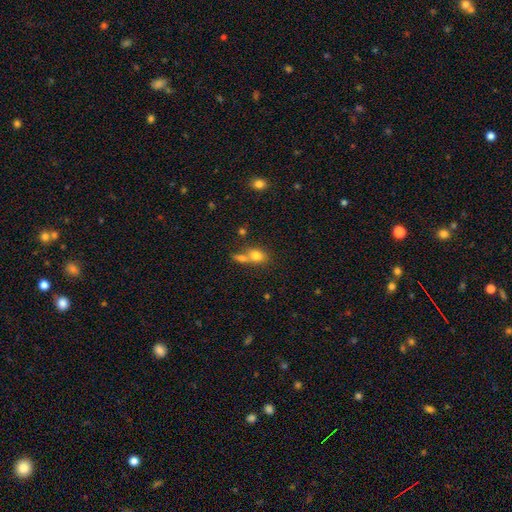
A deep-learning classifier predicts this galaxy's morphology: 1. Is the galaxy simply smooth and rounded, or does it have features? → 77% smooth, 13% featured or disk, 10% star or artifact.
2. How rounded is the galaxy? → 67% in between, 30% round, 3% cigar-shaped.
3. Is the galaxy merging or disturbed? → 49% merger, 36% none, 10% minor disturbance, 5% major disturbance.